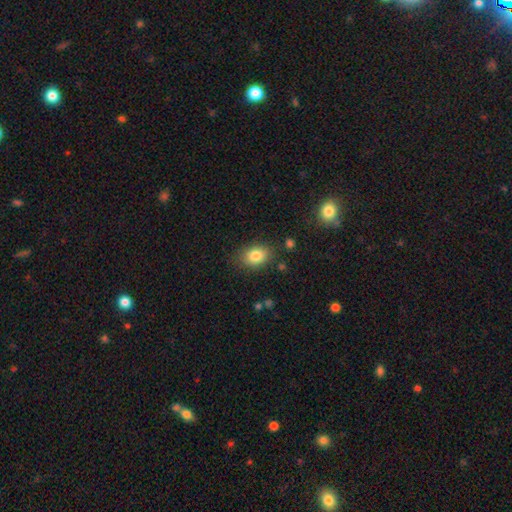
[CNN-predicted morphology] The model was most divided on "how rounded": in between: 76%, round: 23%, cigar-shaped: 1%. More confident: smooth or featured — smooth (83%); merging — none (81%).